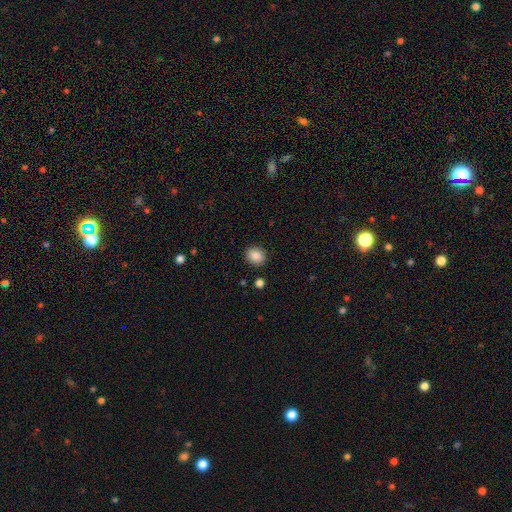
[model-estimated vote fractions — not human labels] Smooth or featured?
  - smooth: 87% *
  - star or artifact: 8%
  - featured or disk: 4%
How rounded?
  - round: 65% *
  - in between: 34%
  - cigar-shaped: 1%
Merging?
  - none: 89% *
  - minor disturbance: 7%
  - major disturbance: 2%
  - merger: 2%